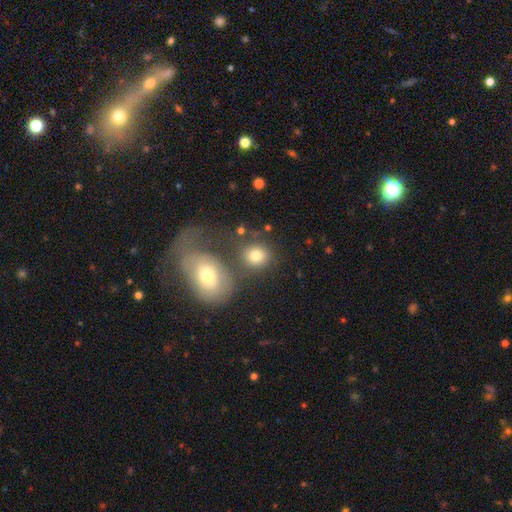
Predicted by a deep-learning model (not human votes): A smooth galaxy with no disk features (78%) that is round (72%). Merging: none (59%).